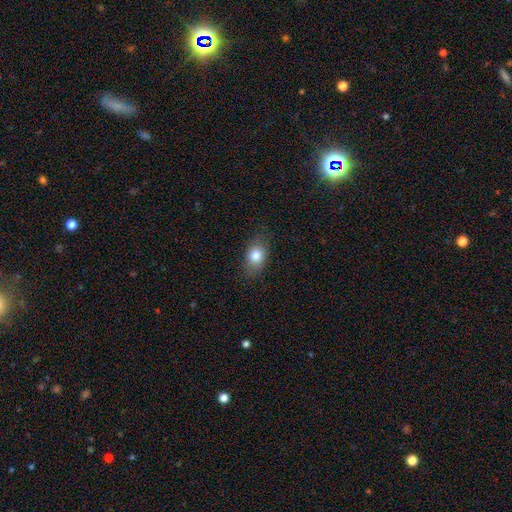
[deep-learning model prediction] smooth-or-featured: smooth: 81% | featured or disk: 11% | star or artifact: 8%
  how-rounded: in between: 79% | round: 19% | cigar-shaped: 2%
  merging: none: 79% | minor disturbance: 16% | major disturbance: 4% | merger: 1%